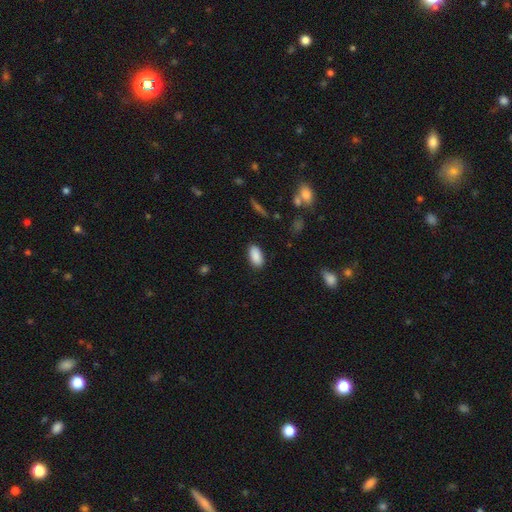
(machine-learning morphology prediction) The model was most divided on "merging": none: 87%, minor disturbance: 9%, major disturbance: 2%, merger: 1%. More confident: how rounded — in between (93%); smooth or featured — smooth (89%).